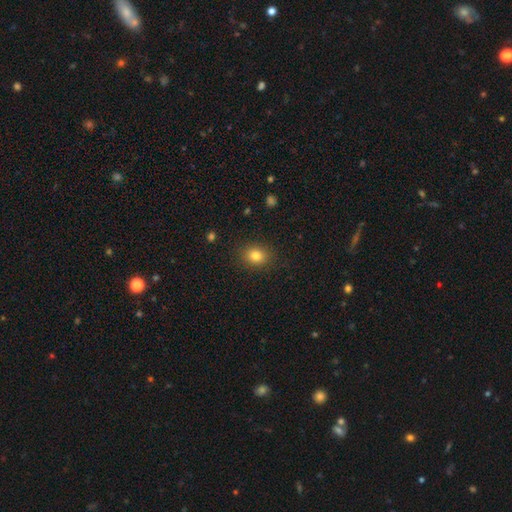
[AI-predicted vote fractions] smooth-or-featured: smooth: 82% | star or artifact: 11% | featured or disk: 7%
  how-rounded: round: 55% | in between: 44% | cigar-shaped: 1%
  merging: none: 88% | minor disturbance: 9% | major disturbance: 3% | merger: 1%